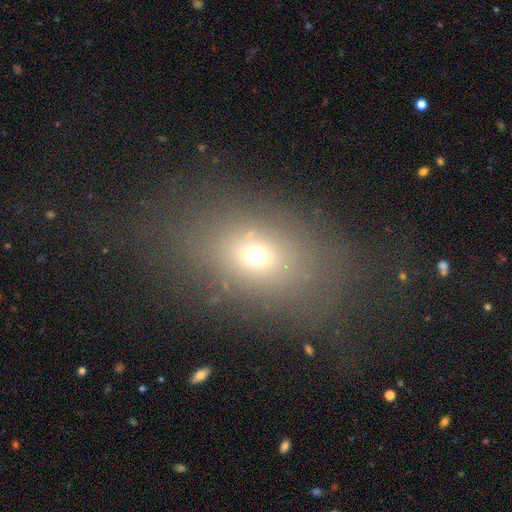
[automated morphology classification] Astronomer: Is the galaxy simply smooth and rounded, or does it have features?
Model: smooth — 63%.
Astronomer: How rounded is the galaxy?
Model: in between — 67%.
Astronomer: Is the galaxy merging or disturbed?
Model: none — 68%.